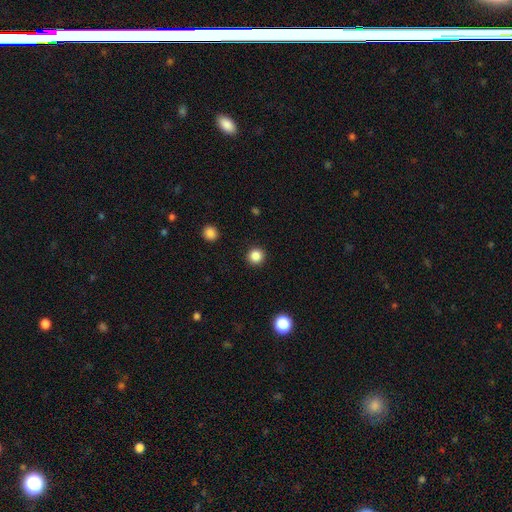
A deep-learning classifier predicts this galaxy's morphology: Smooth or featured? smooth (85%)
How rounded? round (95%)
Merging? none (92%)